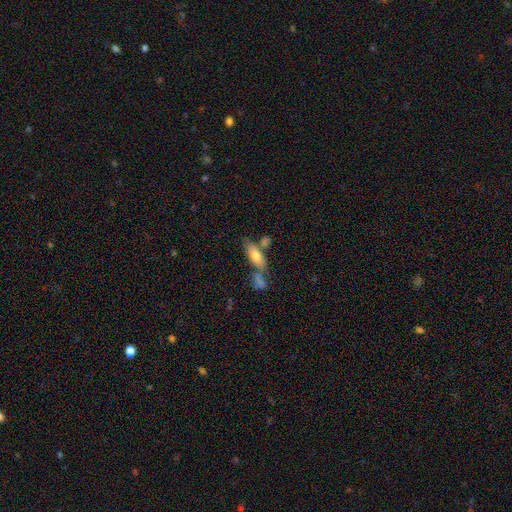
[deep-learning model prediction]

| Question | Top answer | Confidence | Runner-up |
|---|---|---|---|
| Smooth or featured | smooth | 65% | featured or disk (26%) |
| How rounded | in between | 63% | cigar-shaped (33%) |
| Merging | none | 50% | merger (29%) |